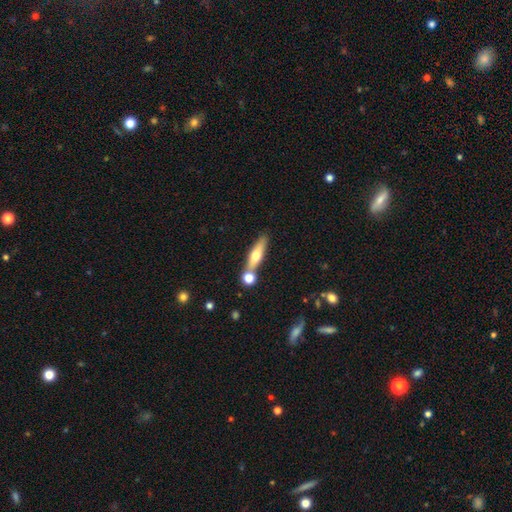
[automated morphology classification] type=smooth (54%); roundness=cigar-shaped (69%); merging=none (63%).